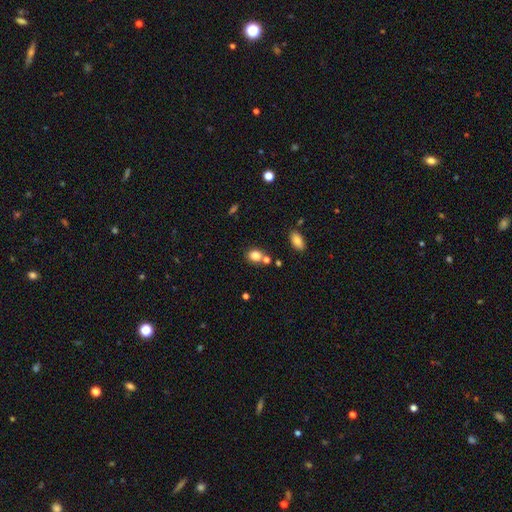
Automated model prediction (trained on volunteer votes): Q: Smooth or featured?
A: smooth (82%); runner-up: star or artifact (12%)
Q: How rounded?
A: in between (50%); runner-up: round (48%)
Q: Merging?
A: none (62%); runner-up: merger (21%)